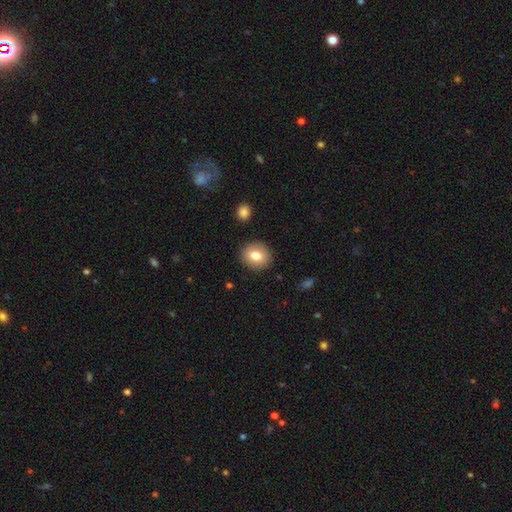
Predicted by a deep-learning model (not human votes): Overall: smooth (79%). How rounded: round (78%). Merging: none (89%).